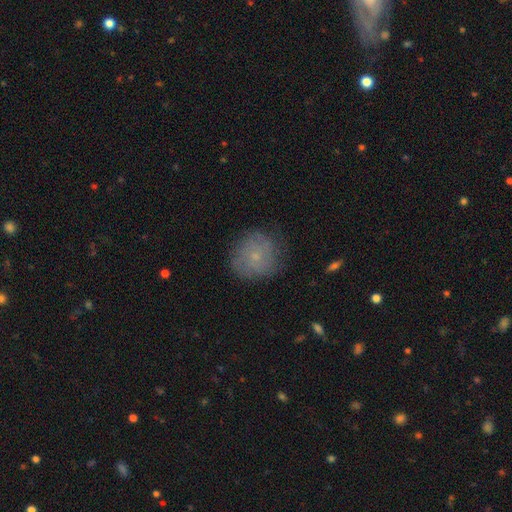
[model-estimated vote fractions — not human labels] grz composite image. It shows a smooth galaxy with no disk features (50%) that is round (87%). Merging: none (75%).